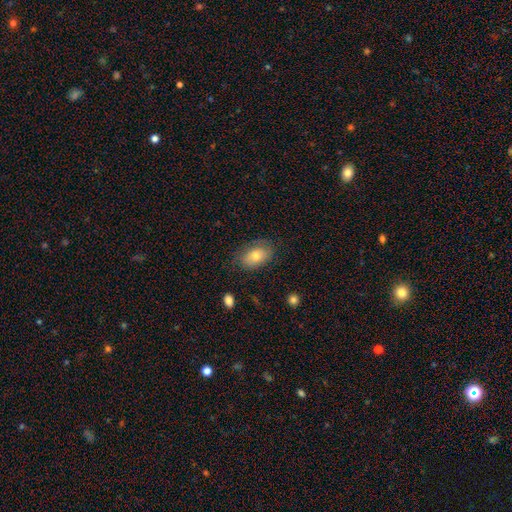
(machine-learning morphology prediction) A smooth galaxy with no disk features (73%) that is in between round and cigar-shaped (88%).

Vote fractions:
- Smooth or featured? smooth: 73% / featured or disk: 19% / star or artifact: 8%
- How rounded? in between: 88% / round: 10% / cigar-shaped: 1%
- Merging? none: 74% / minor disturbance: 19% / major disturbance: 6% / merger: 1%